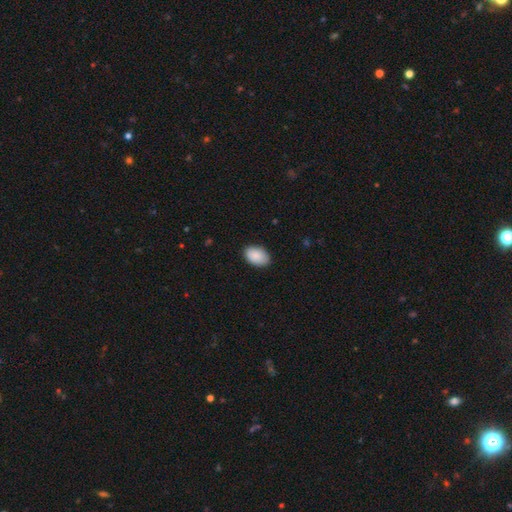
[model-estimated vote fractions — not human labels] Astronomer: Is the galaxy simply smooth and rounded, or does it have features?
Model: smooth — 90%.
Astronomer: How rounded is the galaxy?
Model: in between — 89%.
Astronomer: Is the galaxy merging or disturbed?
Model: none — 86%.